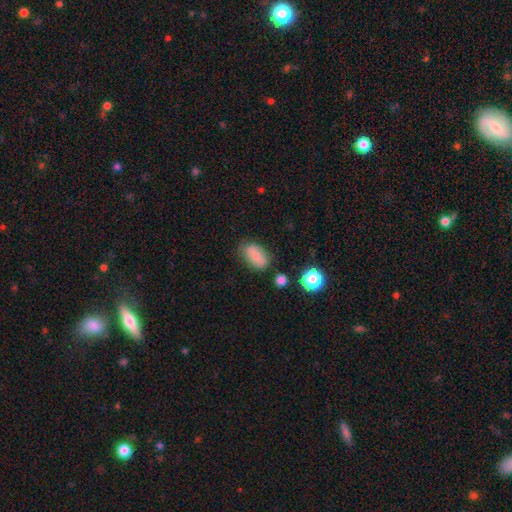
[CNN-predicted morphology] smooth 80%, featured or disk 11%, star or artifact 9%. Down the decision tree: how rounded — in between (89%); merging — none (70%).